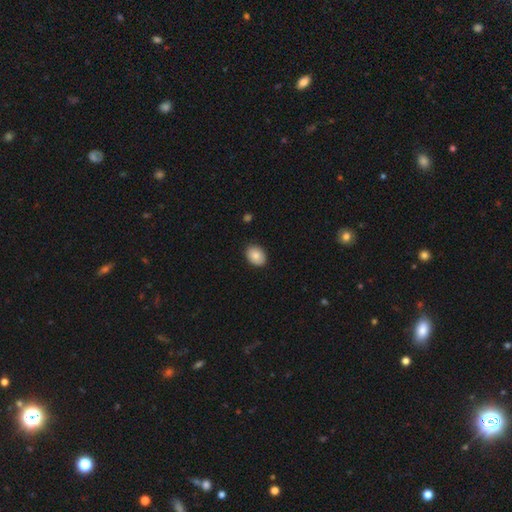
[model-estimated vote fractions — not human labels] This appears to be a smooth galaxy with no disk features (85%) that is in between round and cigar-shaped (70%). Merging: none (88%).